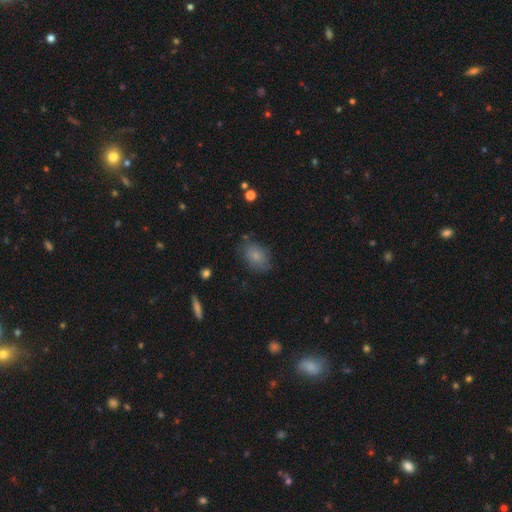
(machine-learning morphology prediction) smooth 73%, featured or disk 18%, star or artifact 9%. Down the decision tree: how rounded — in between (80%); merging — none (68%).